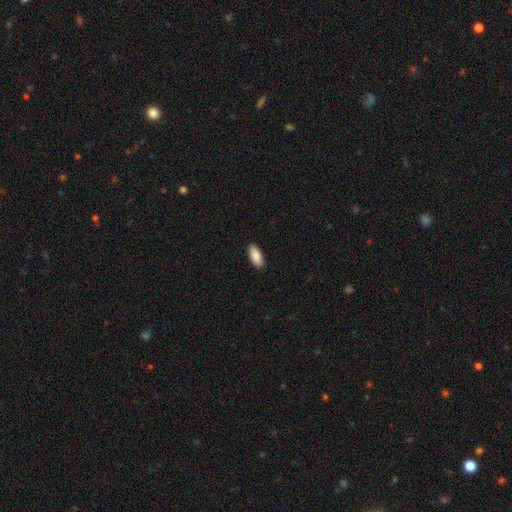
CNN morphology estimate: smooth_or_featured: smooth (p=0.89) [alt: star or artifact p=0.06]
how_rounded: in between (p=0.82) [alt: cigar-shaped p=0.16]
merging: none (p=0.90) [alt: minor disturbance p=0.07]